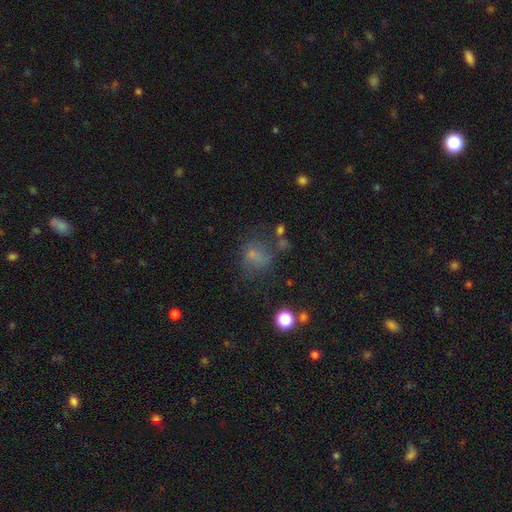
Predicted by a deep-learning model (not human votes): Smooth or featured?
  - smooth: 59% *
  - star or artifact: 21%
  - featured or disk: 20%
How rounded?
  - round: 58% *
  - in between: 41%
  - cigar-shaped: 1%
Merging?
  - none: 47% *
  - minor disturbance: 23%
  - major disturbance: 22%
  - merger: 8%